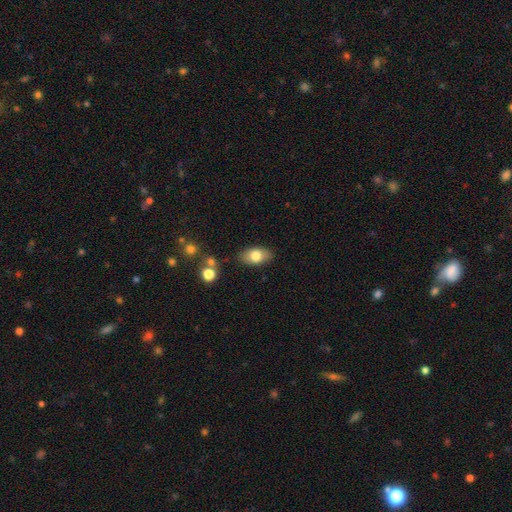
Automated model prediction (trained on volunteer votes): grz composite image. It shows a smooth galaxy with no disk features (78%) that is in between round and cigar-shaped (90%). Merging: none (82%).